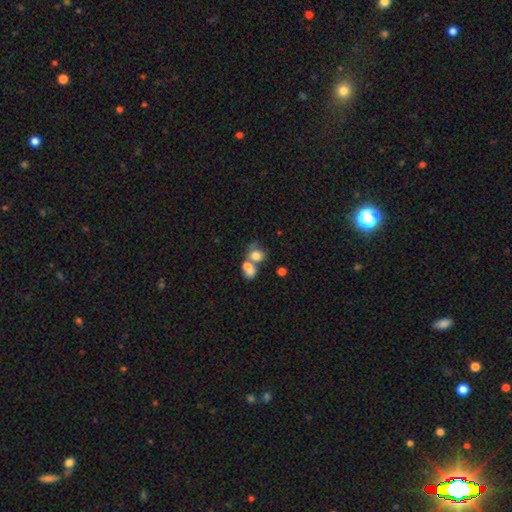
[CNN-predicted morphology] smooth 76%, featured or disk 14%, star or artifact 10%. Down the decision tree: how rounded — round (51%); merging — merger (60%).